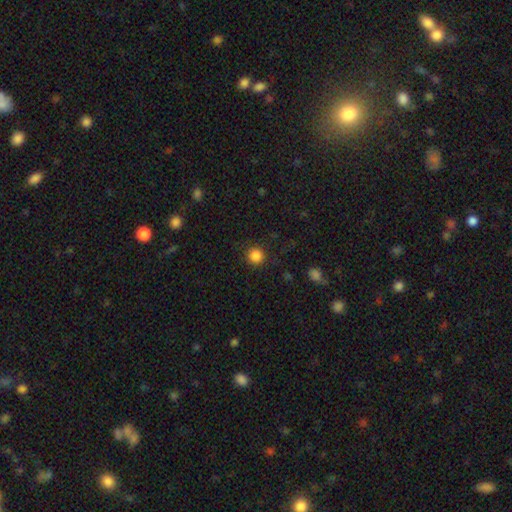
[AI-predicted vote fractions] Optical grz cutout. It shows a smooth galaxy with no disk features (85%) that is round (94%). Merging: none (90%).